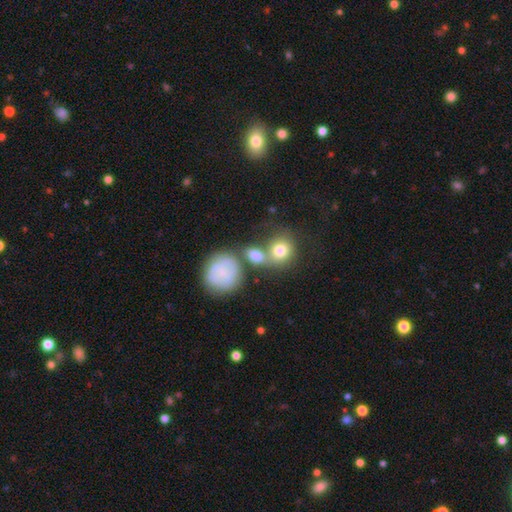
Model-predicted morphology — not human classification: Q: Smooth or featured?
A: smooth (72%); runner-up: featured or disk (18%)
Q: How rounded?
A: round (61%); runner-up: in between (37%)
Q: Merging?
A: none (43%); runner-up: merger (37%)